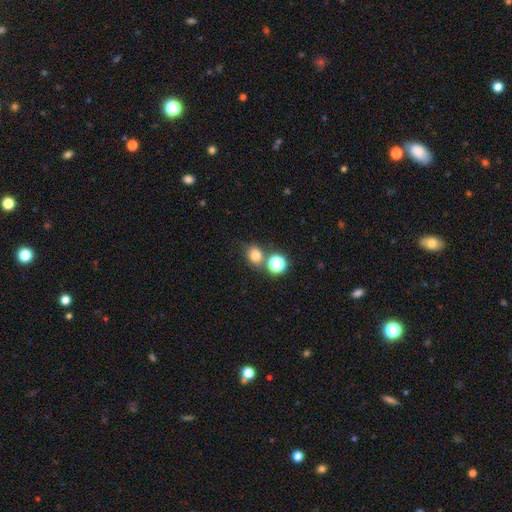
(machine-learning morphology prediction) A smooth galaxy with no disk features (76%) that is round (70%).

Vote fractions:
- Smooth or featured? smooth: 76% / star or artifact: 17% / featured or disk: 7%
- How rounded? round: 70% / in between: 29% / cigar-shaped: 1%
- Merging? none: 65% / merger: 21% / minor disturbance: 11% / major disturbance: 4%